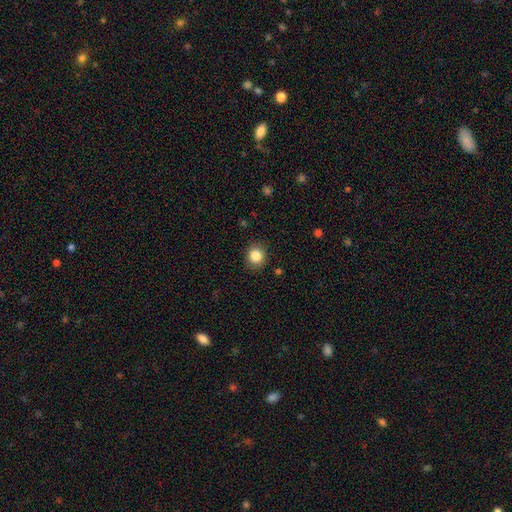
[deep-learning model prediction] smooth 85%, star or artifact 10%, featured or disk 5%. Down the decision tree: how rounded — round (77%); merging — none (88%).